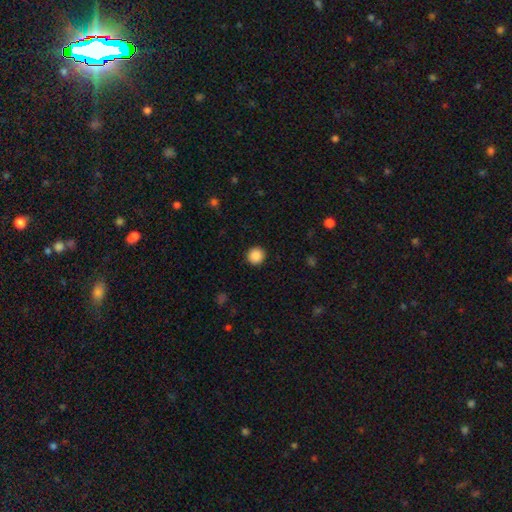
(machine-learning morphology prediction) Smooth or featured? smooth (88%)
How rounded? round (95%)
Merging? none (92%)